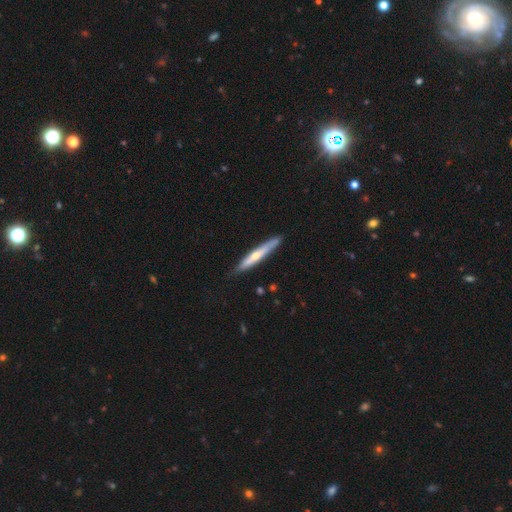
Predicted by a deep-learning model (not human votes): A featured or disk galaxy (48%). Merging: none (85%).